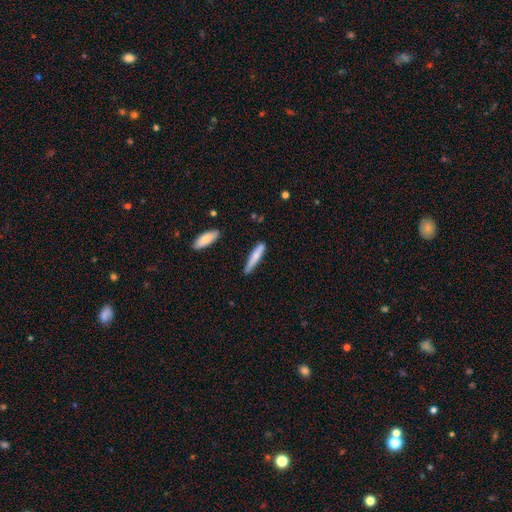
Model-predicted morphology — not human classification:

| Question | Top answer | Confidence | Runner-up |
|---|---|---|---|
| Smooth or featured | smooth | 71% | featured or disk (23%) |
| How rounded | cigar-shaped | 90% | in between (9%) |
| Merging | none | 78% | minor disturbance (17%) |